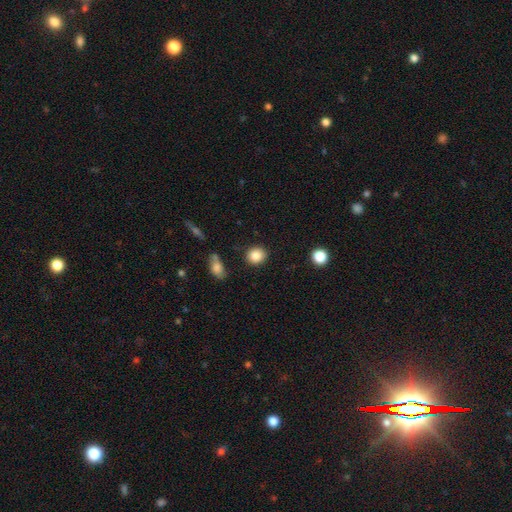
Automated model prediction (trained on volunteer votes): Morphology: type=smooth (85%); roundness=round (82%); merging=none (88%).